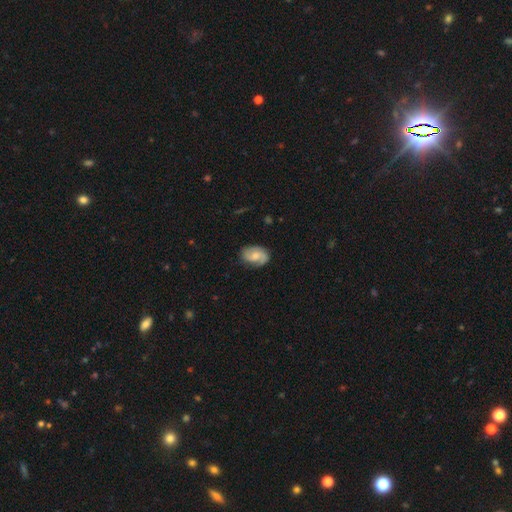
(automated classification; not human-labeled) Morphology: type=featured or disk (59%); edge-on=no (97%); bar=no (53%); spiral arms=yes (91%); winding=medium (44%); arm count=2 (79%); bulge=moderate (48%); merging=none (74%).